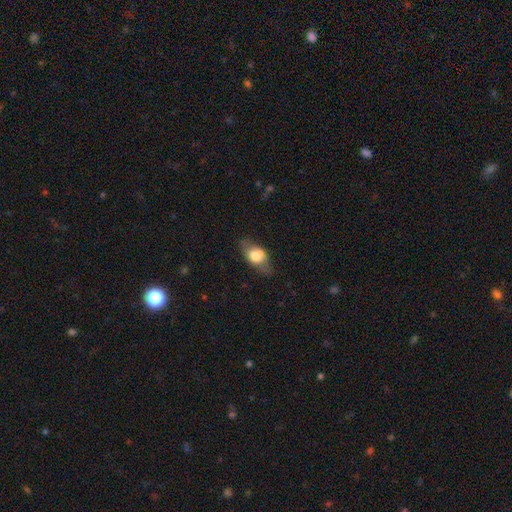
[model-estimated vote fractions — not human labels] This appears to be a smooth galaxy with no disk features (63%) that is in between round and cigar-shaped (82%). Merging: none (70%).